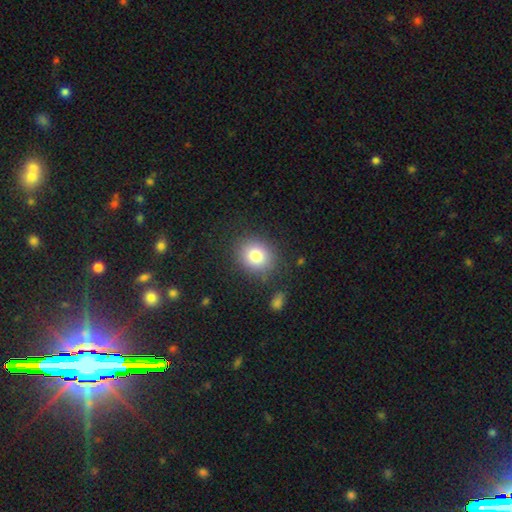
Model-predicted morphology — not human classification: A smooth galaxy with no disk features (80%) that is round (73%). Merging: none (84%).